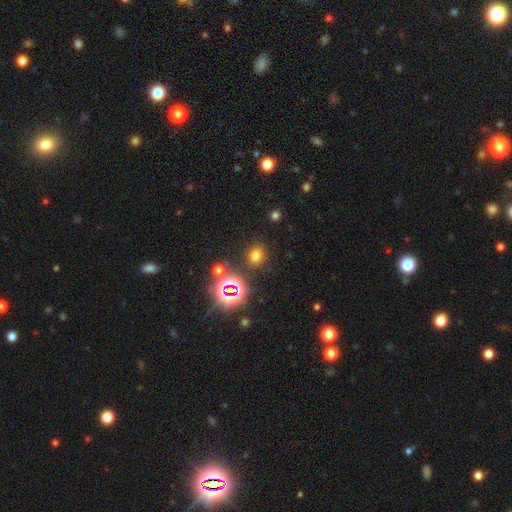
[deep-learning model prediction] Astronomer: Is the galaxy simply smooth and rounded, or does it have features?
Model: smooth — 68%.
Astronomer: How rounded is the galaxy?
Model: round — 77%.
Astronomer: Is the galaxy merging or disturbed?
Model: none — 87%.